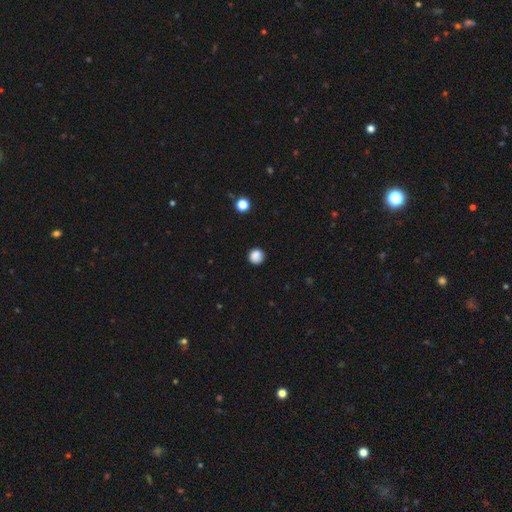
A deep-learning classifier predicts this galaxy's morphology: This is clearly a smooth galaxy (86%). How rounded: clearly round (92%). Merging: clearly none (89%).